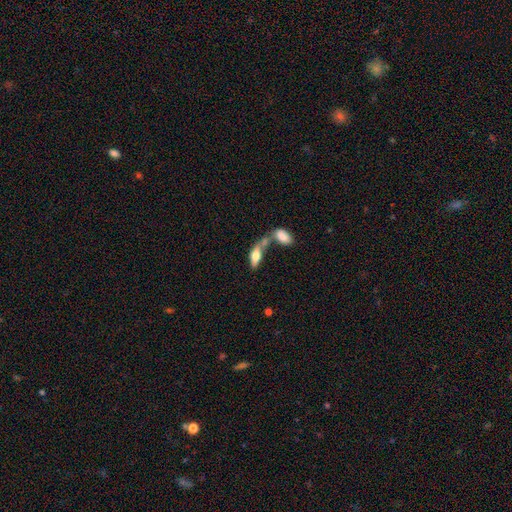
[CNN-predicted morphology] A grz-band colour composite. It shows a smooth galaxy with no disk features (65%) that is in between round and cigar-shaped (69%). Merging: merger (53%).